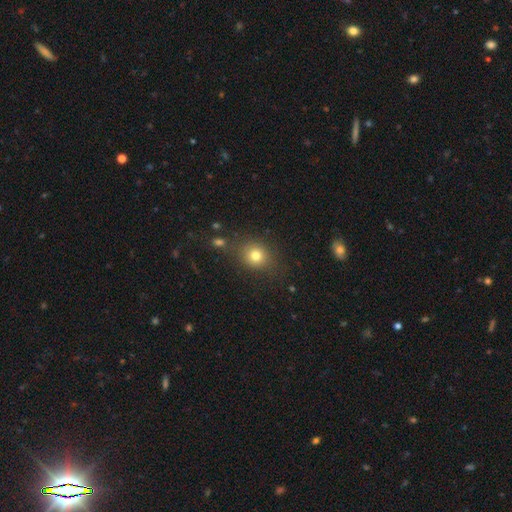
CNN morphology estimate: Q: Smooth or featured?
A: smooth (78%); runner-up: star or artifact (13%)
Q: How rounded?
A: round (75%); runner-up: in between (24%)
Q: Merging?
A: none (77%); runner-up: minor disturbance (13%)